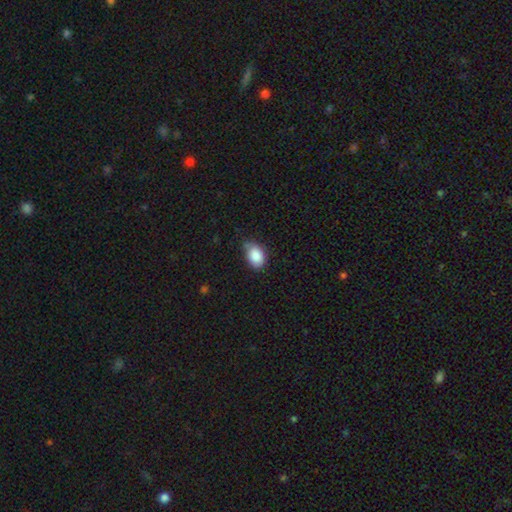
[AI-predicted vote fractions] This appears to be a smooth galaxy with no disk features (87%) that is in between round and cigar-shaped (85%). Merging: none (61%).